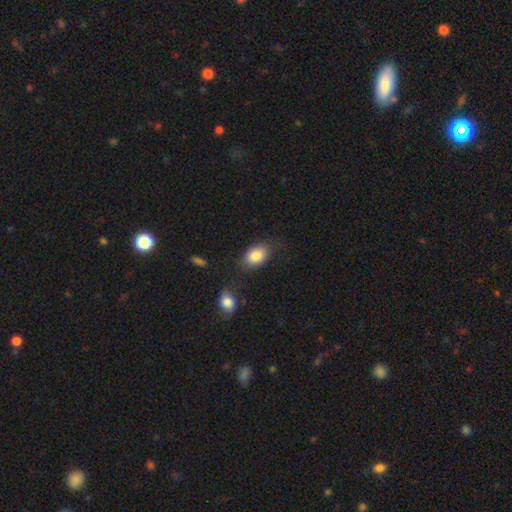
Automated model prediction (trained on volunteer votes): Overall: smooth (84%). How rounded: in between (83%). Merging: none (67%).